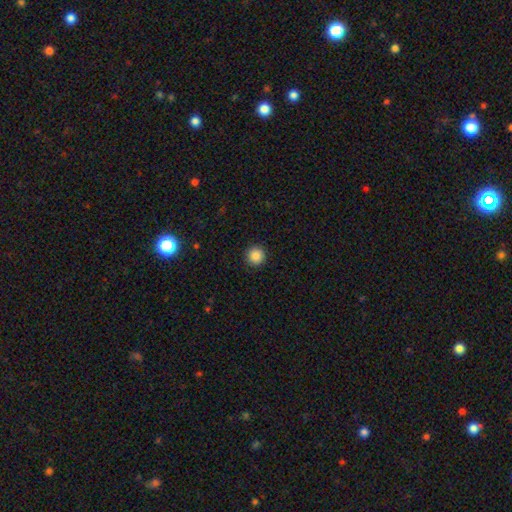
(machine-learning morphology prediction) Overall: smooth (87%). How rounded: round (95%). Merging: none (92%).